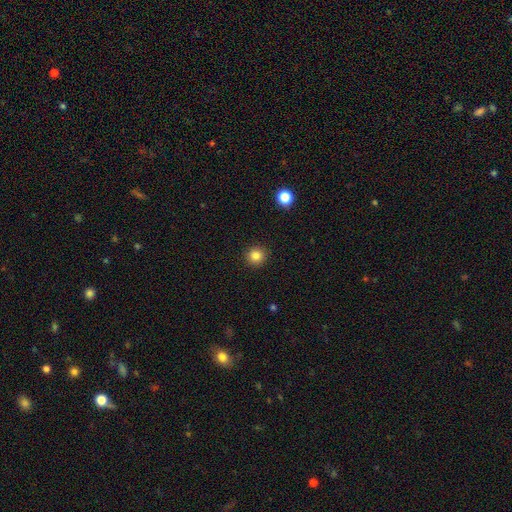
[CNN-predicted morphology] This appears to be a smooth galaxy with no disk features (84%) that is round (93%). Merging: none (92%).